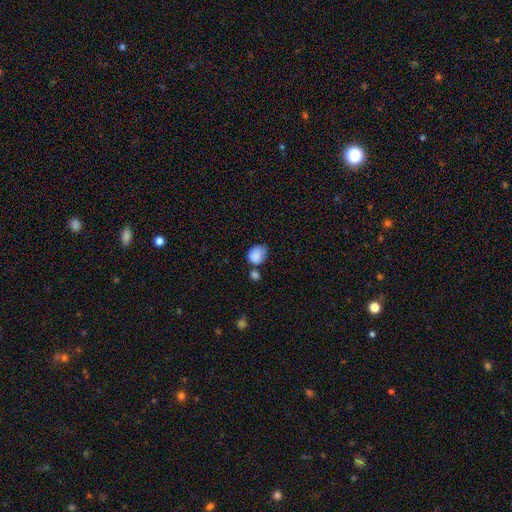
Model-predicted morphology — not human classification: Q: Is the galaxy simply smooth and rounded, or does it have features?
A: smooth — 84%.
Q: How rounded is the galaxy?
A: round — 51%.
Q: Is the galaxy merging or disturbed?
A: none — 38%.